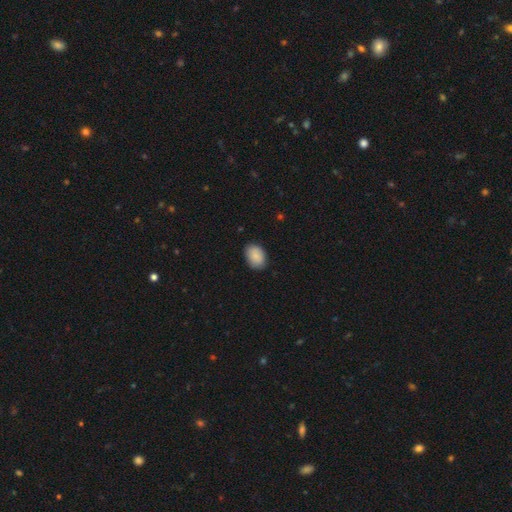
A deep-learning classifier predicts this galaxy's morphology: Smooth or featured? smooth (88%)
How rounded? in between (77%)
Merging? none (83%)